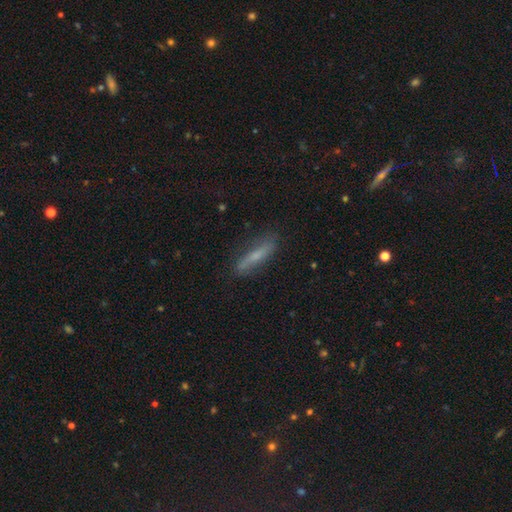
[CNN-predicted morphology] Q: Smooth or featured?
A: smooth (51%); runner-up: featured or disk (40%)
Q: How rounded?
A: cigar-shaped (85%); runner-up: in between (13%)
Q: Merging?
A: none (80%); runner-up: minor disturbance (15%)